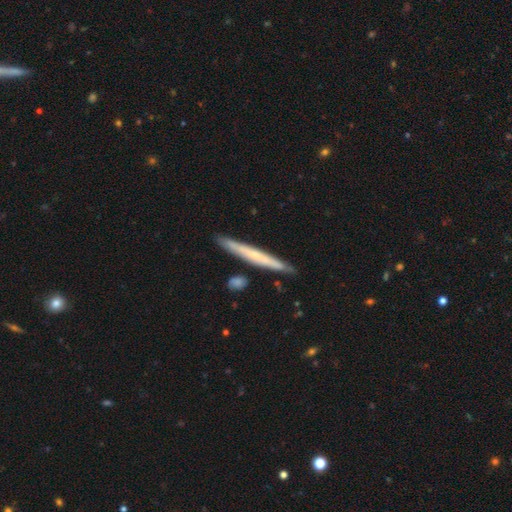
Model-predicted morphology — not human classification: Q: Smooth or featured?
A: featured or disk (52%); runner-up: smooth (42%)
Q: Edge-on disk?
A: yes (93%); runner-up: no (7%)
Q: Merging?
A: none (86%); runner-up: minor disturbance (9%)